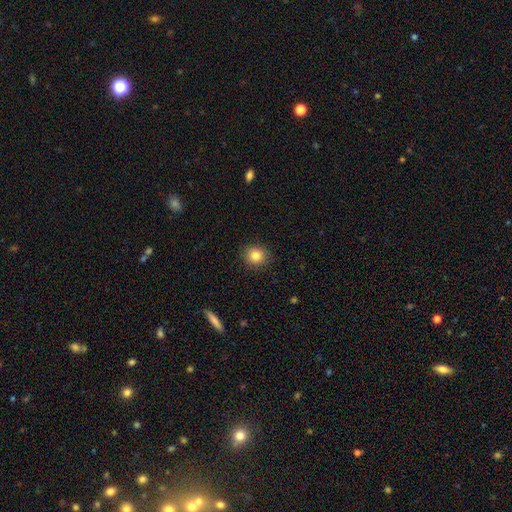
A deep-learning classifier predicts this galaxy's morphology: Smooth or featured? Predicted: smooth (p=0.84). How rounded? Predicted: round (p=0.83). Merging? Predicted: none (p=0.89).